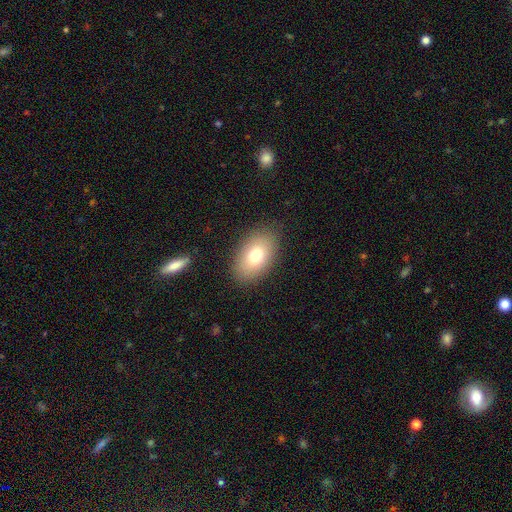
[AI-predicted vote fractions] Smooth or featured: smooth — 76% (featured or disk — 15%)
How rounded: in between — 90% (round — 9%)
Merging: none — 86% (minor disturbance — 10%)